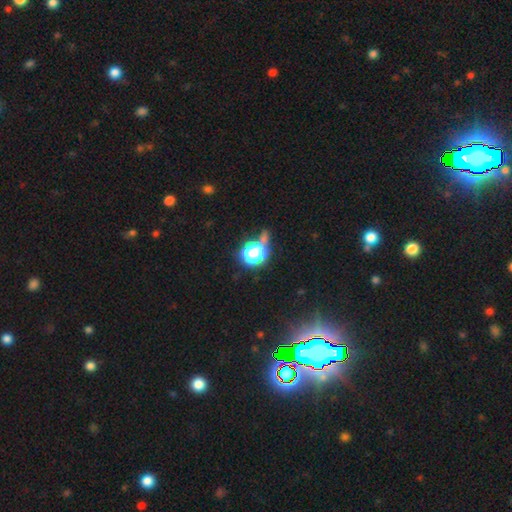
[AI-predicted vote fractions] A star or artifact, not a galaxy (48%).